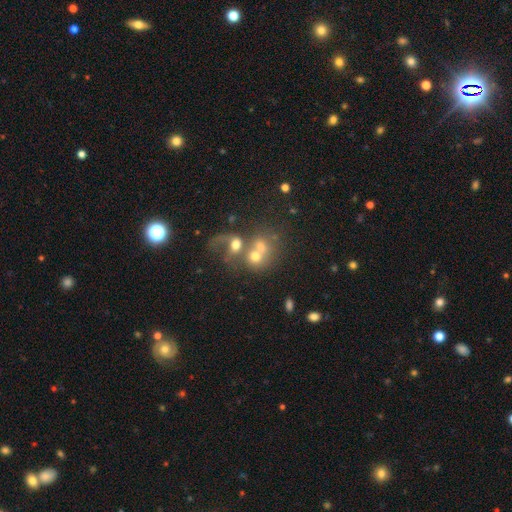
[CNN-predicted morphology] smooth 52%, featured or disk 33%, star or artifact 16%. Down the decision tree: how rounded — round (65%); merging — merger (63%).